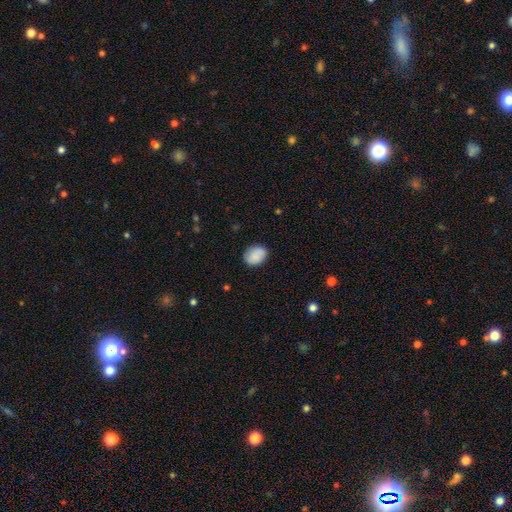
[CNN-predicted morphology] This is clearly a smooth galaxy (84%). How rounded: possibly in between (54%). Merging: clearly none (83%).